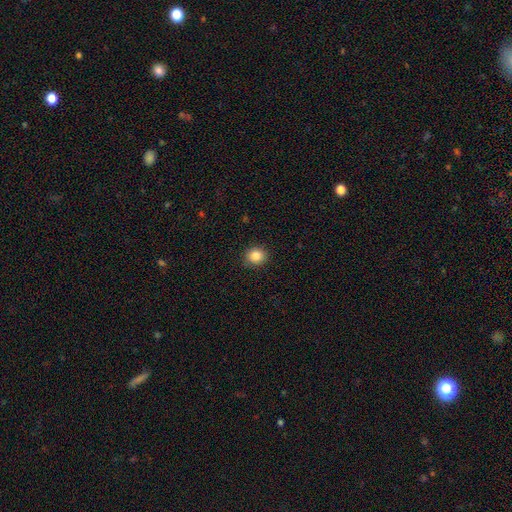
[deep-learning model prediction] A smooth galaxy with no disk features (86%) that is round (82%). Merging: none (90%).